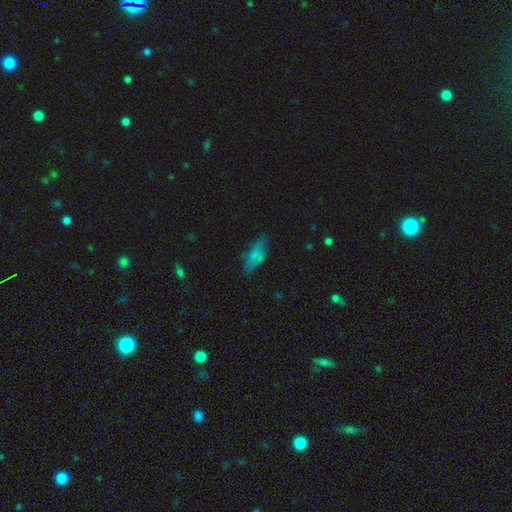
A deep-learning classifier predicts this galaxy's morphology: smooth_or_featured: smooth (p=0.72) [alt: featured or disk p=0.17]
how_rounded: in between (p=0.77) [alt: cigar-shaped p=0.20]
merging: none (p=0.58) [alt: minor disturbance p=0.29]